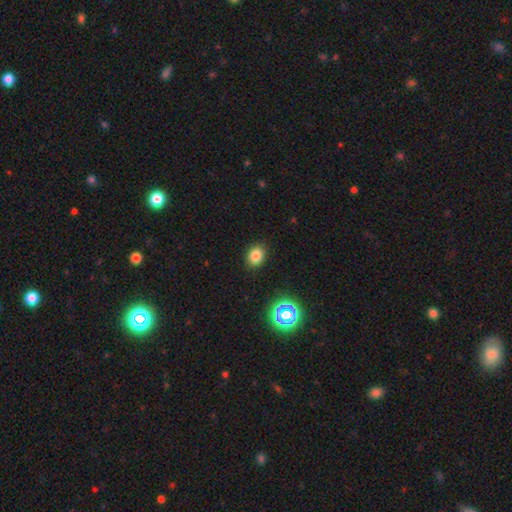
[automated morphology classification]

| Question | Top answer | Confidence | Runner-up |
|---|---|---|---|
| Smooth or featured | smooth | 79% | star or artifact (15%) |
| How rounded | in between | 52% | round (47%) |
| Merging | none | 88% | minor disturbance (9%) |